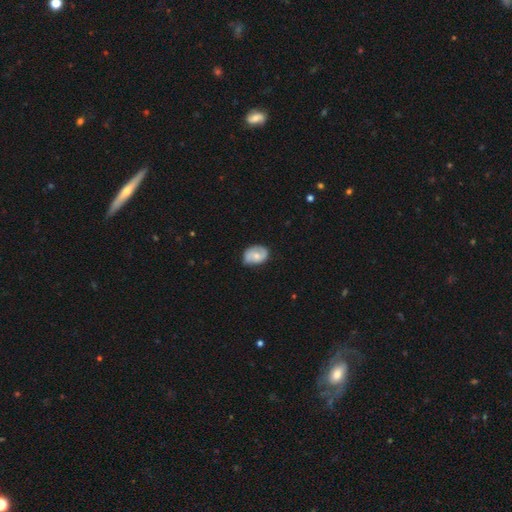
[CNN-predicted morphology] Smooth or featured: smooth — 49% (featured or disk — 44%)
Merging: none — 67% (minor disturbance — 26%)